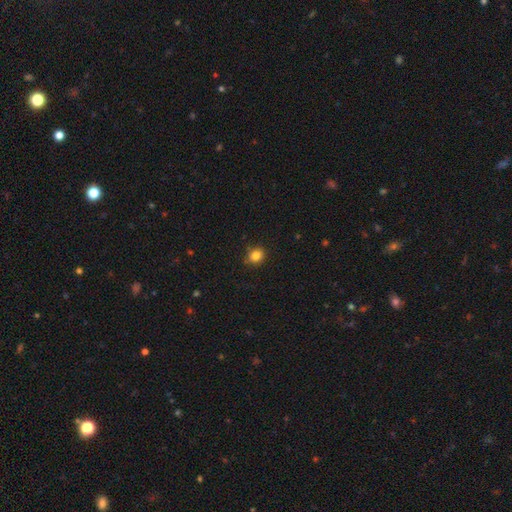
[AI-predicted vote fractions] Q: Smooth or featured?
A: smooth (84%); runner-up: star or artifact (11%)
Q: How rounded?
A: round (74%); runner-up: in between (25%)
Q: Merging?
A: none (84%); runner-up: minor disturbance (12%)